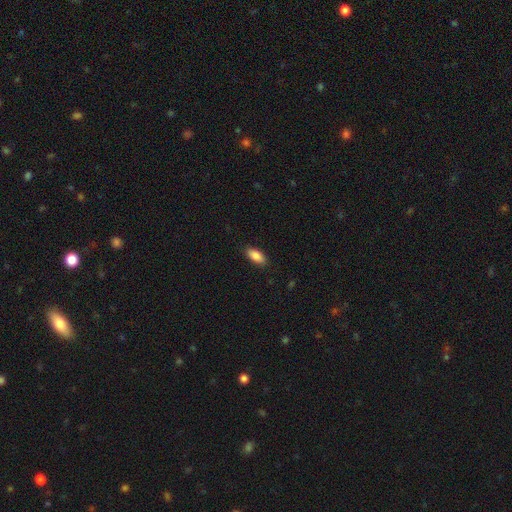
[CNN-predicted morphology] Smooth or featured: smooth — 88% (star or artifact — 7%)
How rounded: in between — 89% (cigar-shaped — 9%)
Merging: none — 87% (minor disturbance — 10%)